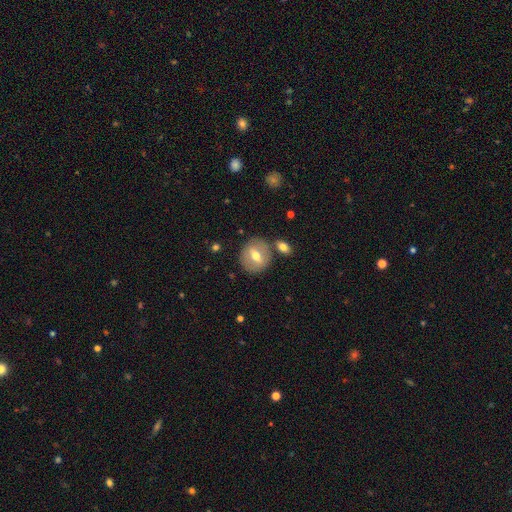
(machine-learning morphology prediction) Smooth or featured?
  - smooth: 55% *
  - featured or disk: 37%
  - star or artifact: 8%
How rounded?
  - round: 78% *
  - in between: 21%
  - cigar-shaped: 1%
Merging?
  - none: 76% *
  - minor disturbance: 11%
  - merger: 10%
  - major disturbance: 3%